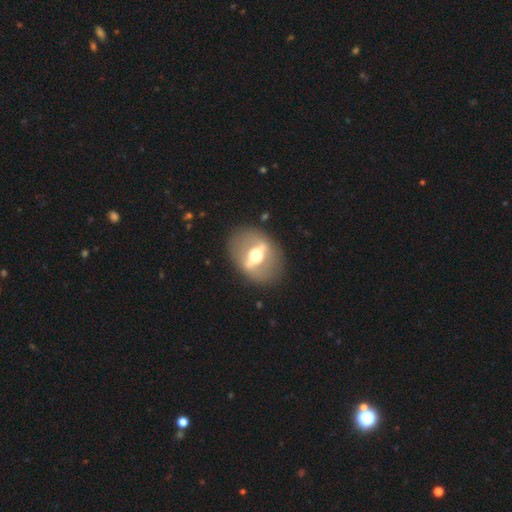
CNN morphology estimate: The model was most divided on "edge-on disk": no: 65%, yes: 35%. More confident: merging — none (84%); smooth or featured — featured or disk (76%).